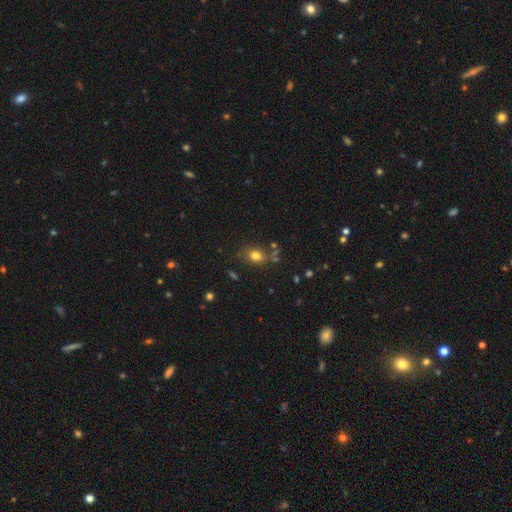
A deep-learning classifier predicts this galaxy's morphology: smooth 76%, star or artifact 14%, featured or disk 10%. Down the decision tree: how rounded — in between (60%); merging — none (72%).